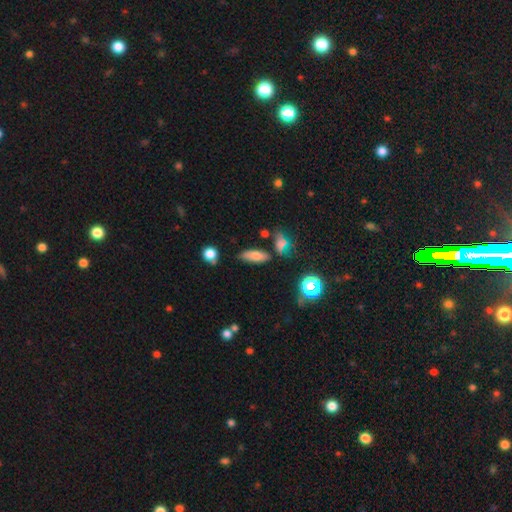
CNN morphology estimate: Smooth or featured? Predicted: smooth (p=0.67). How rounded? Predicted: in between (p=0.66). Merging? Predicted: none (p=0.71).